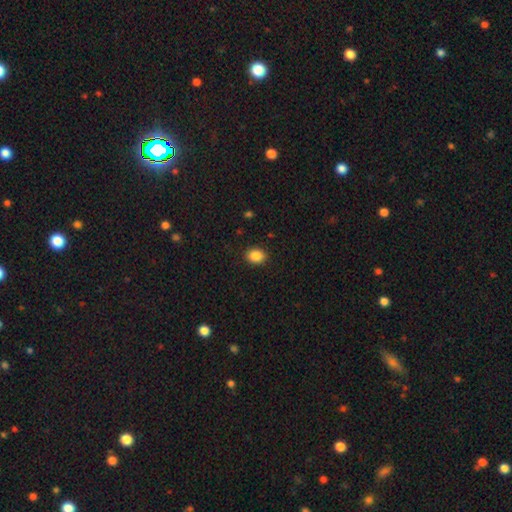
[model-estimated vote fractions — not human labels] The model was most divided on "how rounded": in between: 56%, round: 43%, cigar-shaped: 1%. More confident: merging — none (89%); smooth or featured — smooth (88%).